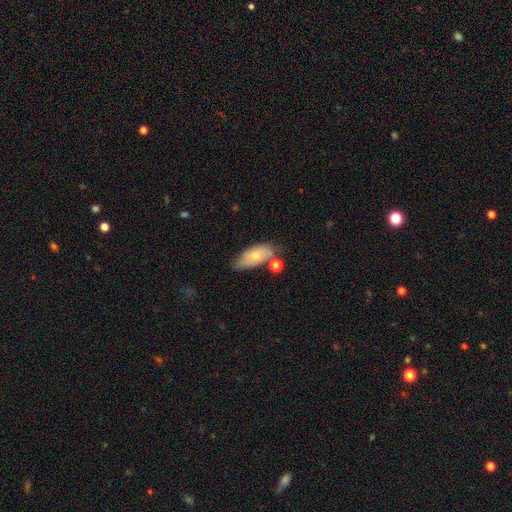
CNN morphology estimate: A smooth galaxy with no disk features (69%) that is in between round and cigar-shaped (87%).

Vote fractions:
- Smooth or featured? smooth: 69% / featured or disk: 24% / star or artifact: 7%
- How rounded? in between: 87% / cigar-shaped: 8% / round: 5%
- Merging? none: 54% / minor disturbance: 25% / merger: 15% / major disturbance: 7%